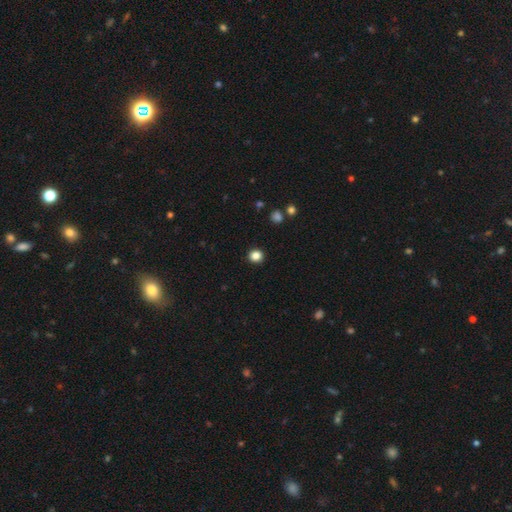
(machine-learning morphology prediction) A smooth galaxy with no disk features (85%) that is round (86%).

Vote fractions:
- Smooth or featured? smooth: 85% / star or artifact: 12% / featured or disk: 3%
- How rounded? round: 86% / in between: 13% / cigar-shaped: 1%
- Merging? none: 92% / minor disturbance: 5% / major disturbance: 2% / merger: 1%